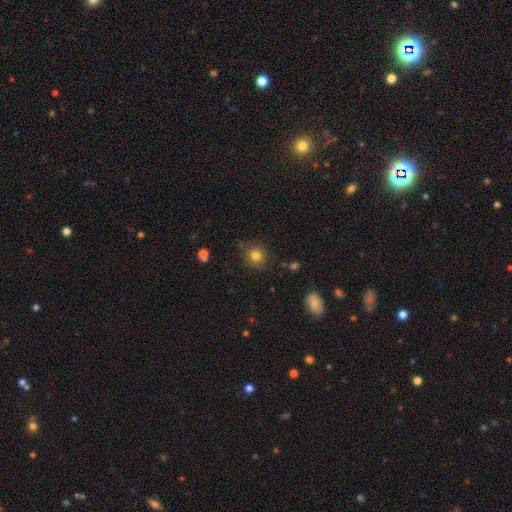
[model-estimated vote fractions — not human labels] Q: Smooth or featured?
A: smooth (79%); runner-up: star or artifact (14%)
Q: How rounded?
A: round (88%); runner-up: in between (11%)
Q: Merging?
A: none (83%); runner-up: minor disturbance (11%)